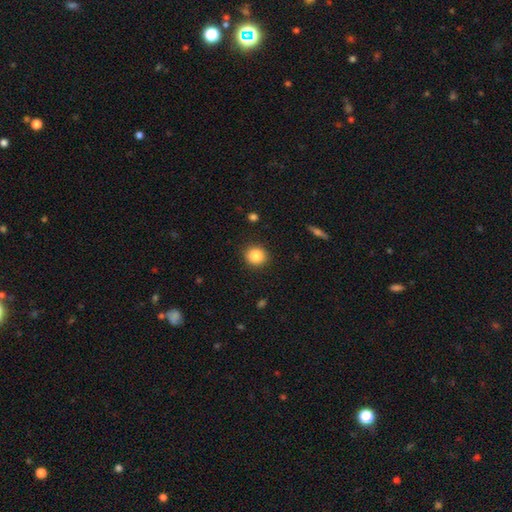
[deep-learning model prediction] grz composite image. It shows a smooth galaxy with no disk features (86%) that is round (84%). Merging: none (90%).